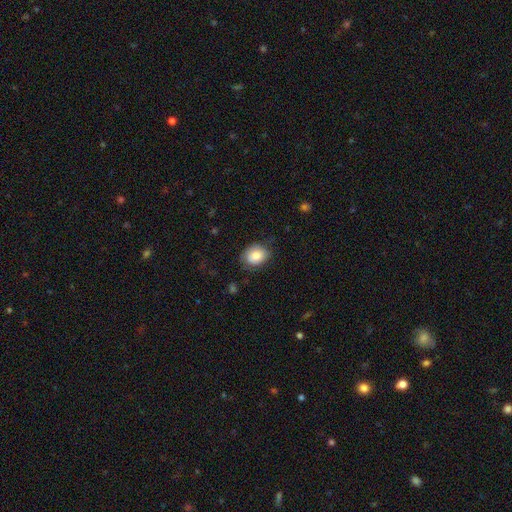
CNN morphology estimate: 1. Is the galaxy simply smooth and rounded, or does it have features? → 81% smooth, 12% featured or disk, 7% star or artifact.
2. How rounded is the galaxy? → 65% in between, 34% round, 1% cigar-shaped.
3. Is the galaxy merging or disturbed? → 70% none, 22% minor disturbance, 6% major disturbance, 1% merger.